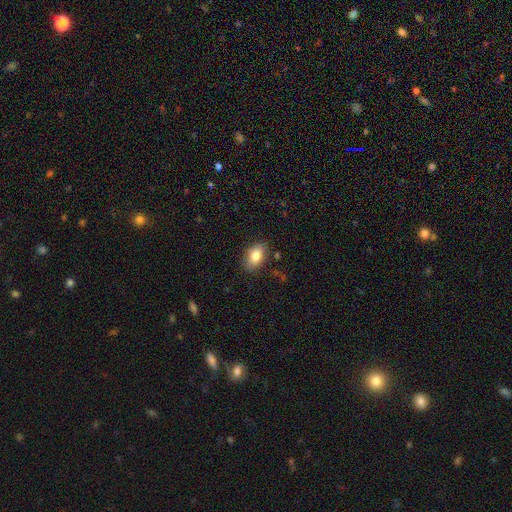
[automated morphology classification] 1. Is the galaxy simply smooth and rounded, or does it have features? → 83% smooth, 9% featured or disk, 7% star or artifact.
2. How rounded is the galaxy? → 89% in between, 9% round, 2% cigar-shaped.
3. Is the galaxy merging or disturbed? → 83% none, 13% minor disturbance, 3% major disturbance, 2% merger.